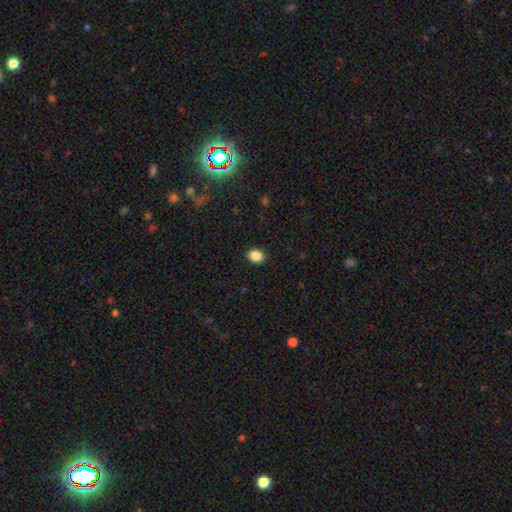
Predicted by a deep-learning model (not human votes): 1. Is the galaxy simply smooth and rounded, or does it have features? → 87% smooth, 9% star or artifact, 3% featured or disk.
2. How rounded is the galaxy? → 53% in between, 46% round, 1% cigar-shaped.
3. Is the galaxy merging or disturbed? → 91% none, 6% minor disturbance, 2% major disturbance, 1% merger.